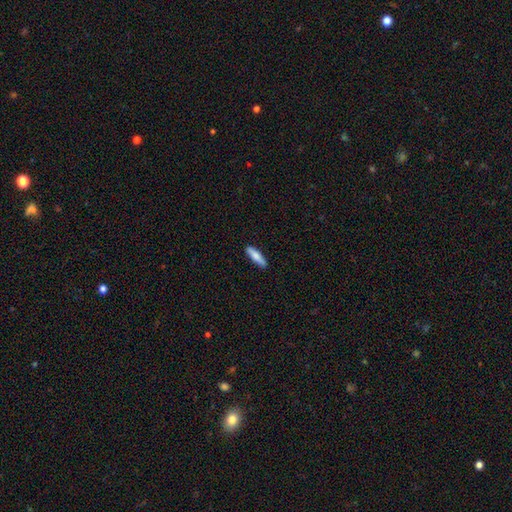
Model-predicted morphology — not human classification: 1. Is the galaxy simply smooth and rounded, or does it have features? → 74% smooth, 20% featured or disk, 5% star or artifact.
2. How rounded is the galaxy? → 71% cigar-shaped, 27% in between, 2% round.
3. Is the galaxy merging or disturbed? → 89% none, 8% minor disturbance, 2% major disturbance, 1% merger.